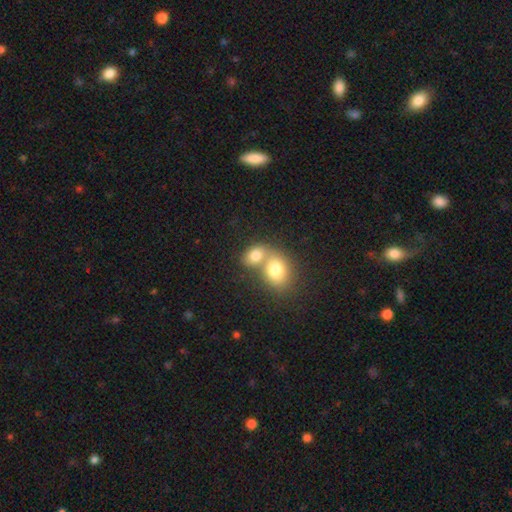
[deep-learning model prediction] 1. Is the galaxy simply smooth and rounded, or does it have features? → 77% smooth, 13% featured or disk, 10% star or artifact.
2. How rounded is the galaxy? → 58% in between, 41% round, 1% cigar-shaped.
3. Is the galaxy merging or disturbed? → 64% merger, 26% none, 6% minor disturbance, 3% major disturbance.